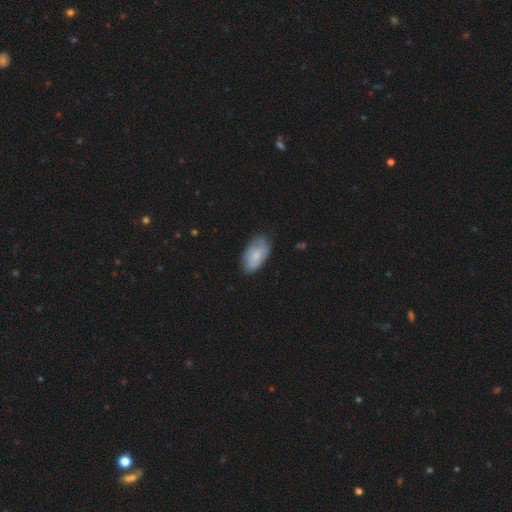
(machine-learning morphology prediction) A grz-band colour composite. It shows a smooth galaxy with no disk features (72%) that is in between round and cigar-shaped (94%). Merging: none (73%).